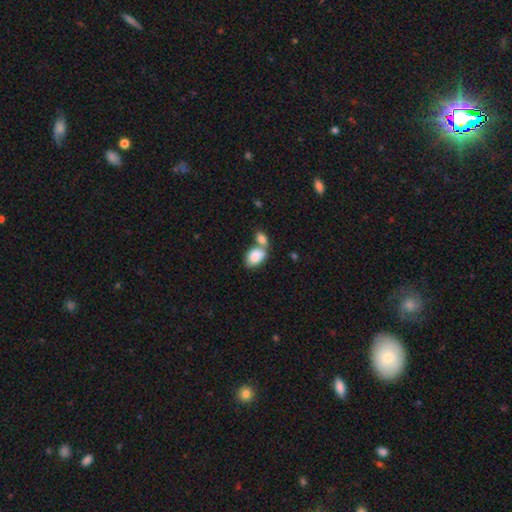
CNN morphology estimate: A smooth galaxy with no disk features (85%) that is in between round and cigar-shaped (88%).

Vote fractions:
- Smooth or featured? smooth: 85% / featured or disk: 9% / star or artifact: 7%
- How rounded? in between: 88% / round: 11% / cigar-shaped: 1%
- Merging? merger: 54% / none: 31% / minor disturbance: 11% / major disturbance: 4%